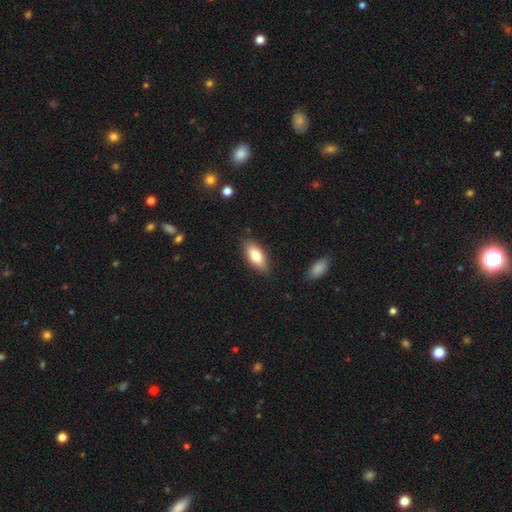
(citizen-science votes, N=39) Volunteers were most divided on "how rounded": in between: 82%, cigar-shaped: 18%, round: 0%. More confident: smooth or featured — smooth (87%); merging — none (81%).